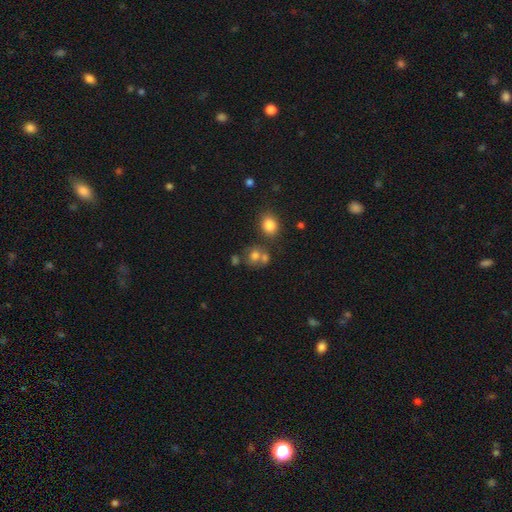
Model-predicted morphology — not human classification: The model was most divided on "merging": none: 46%, merger: 37%, minor disturbance: 11%, major disturbance: 6%. More confident: smooth or featured — smooth (70%); how rounded — round (69%).